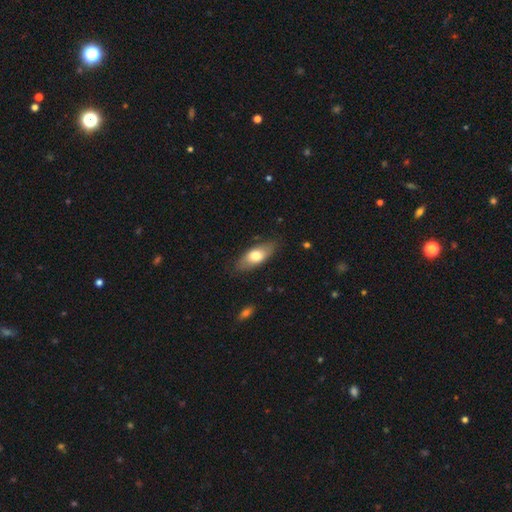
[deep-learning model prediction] This is likely a smooth galaxy (70%). How rounded: clearly in between (82%). Merging: clearly none (81%).